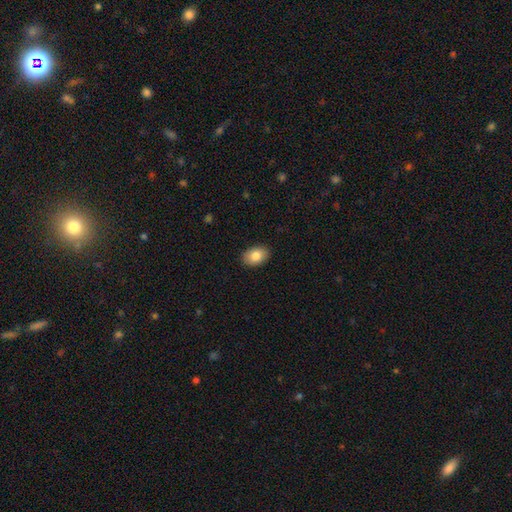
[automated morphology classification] This is clearly a smooth galaxy (83%). How rounded: clearly in between (85%). Merging: clearly none (90%).